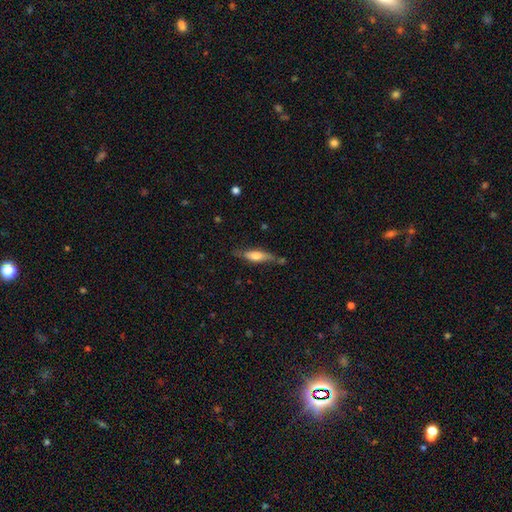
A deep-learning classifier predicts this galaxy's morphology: Smooth or featured: smooth — 48% (featured or disk — 45%)
Merging: none — 63% (minor disturbance — 24%)